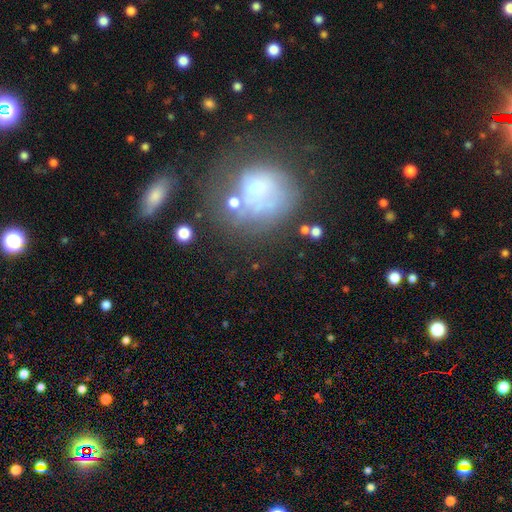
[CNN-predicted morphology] type=smooth (40%); merging=none (62%).